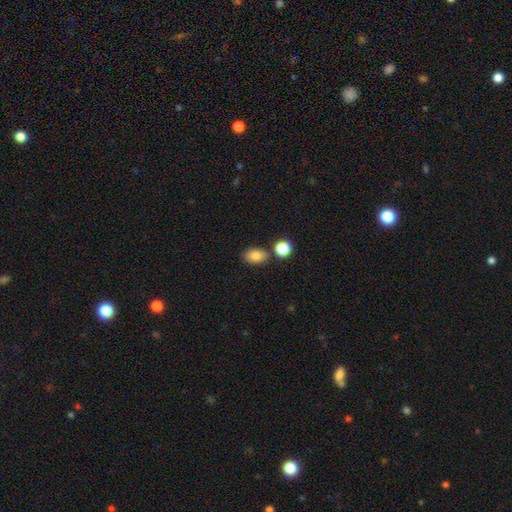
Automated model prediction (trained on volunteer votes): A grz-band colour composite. It shows a smooth galaxy with no disk features (84%) that is in between round and cigar-shaped (80%). Merging: none (75%).